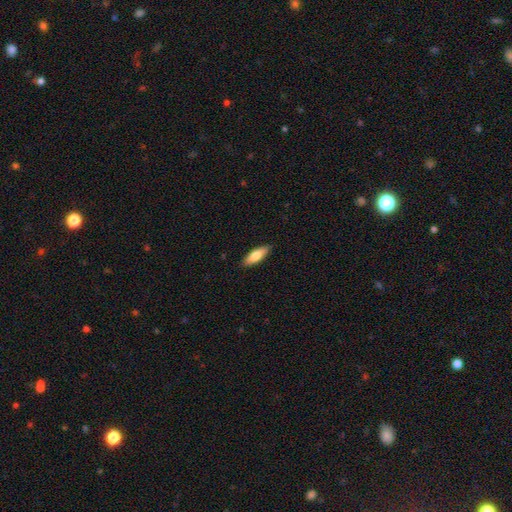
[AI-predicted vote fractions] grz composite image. It shows a smooth galaxy with no disk features (75%) that is in between round and cigar-shaped (57%). Merging: none (89%).